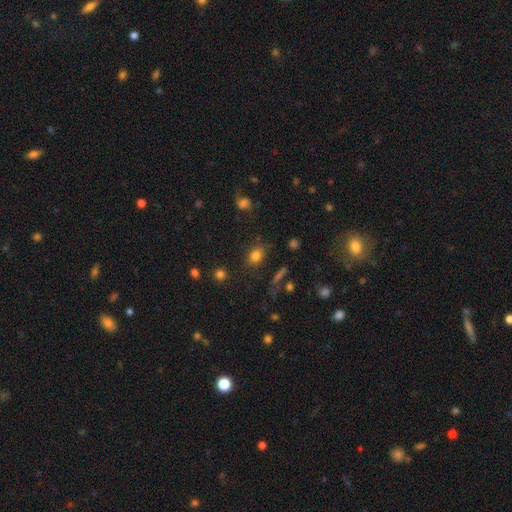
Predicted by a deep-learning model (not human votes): Q: Smooth or featured?
A: smooth (80%); runner-up: star or artifact (13%)
Q: How rounded?
A: in between (55%); runner-up: round (43%)
Q: Merging?
A: none (79%); runner-up: minor disturbance (13%)